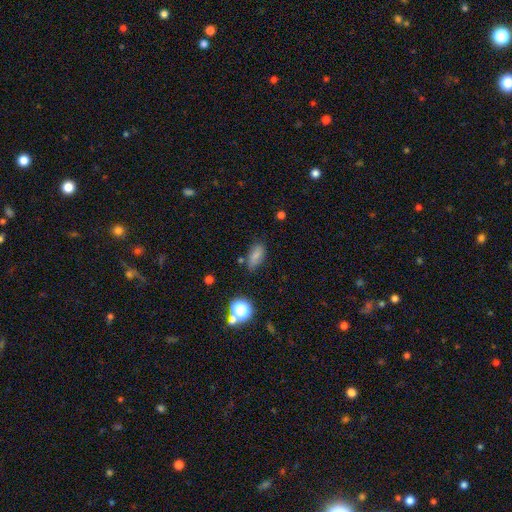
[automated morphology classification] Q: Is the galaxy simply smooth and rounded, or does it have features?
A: smooth — 76%.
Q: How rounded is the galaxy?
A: in between — 83%.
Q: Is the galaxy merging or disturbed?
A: none — 72%.